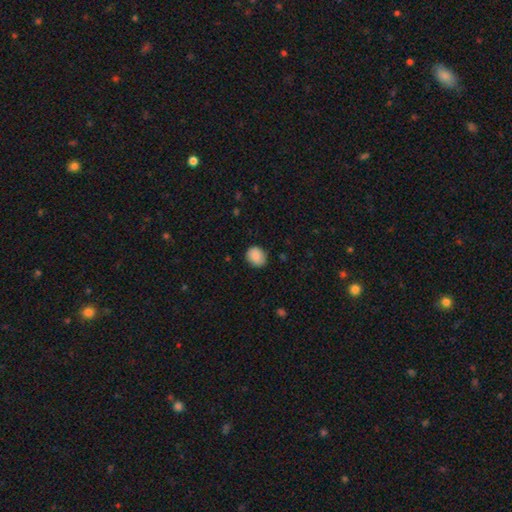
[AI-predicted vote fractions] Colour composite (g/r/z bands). It shows a smooth galaxy with no disk features (88%) that is round (61%). Merging: none (83%).